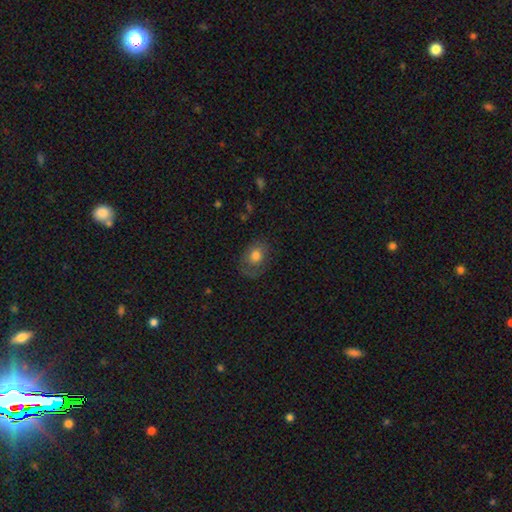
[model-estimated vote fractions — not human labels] This is likely a smooth galaxy (70%). How rounded: likely in between (60%). Merging: likely none (65%).